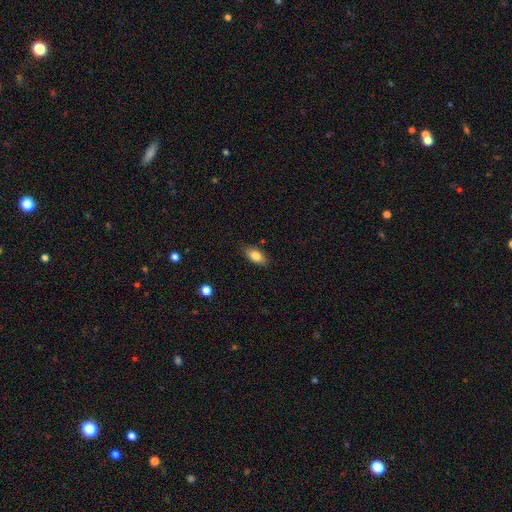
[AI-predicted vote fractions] smooth_or_featured: smooth (p=0.81) [alt: featured or disk p=0.12]
how_rounded: in between (p=0.87) [alt: cigar-shaped p=0.09]
merging: none (p=0.84) [alt: minor disturbance p=0.12]